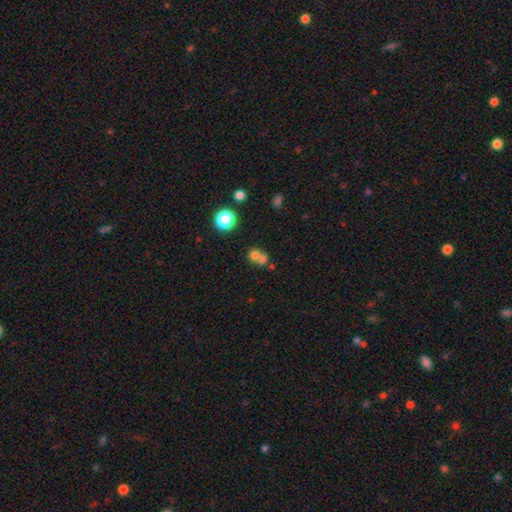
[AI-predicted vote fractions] A smooth galaxy with no disk features (69%) that is round (77%).

Vote fractions:
- Smooth or featured? smooth: 69% / featured or disk: 16% / star or artifact: 16%
- How rounded? round: 77% / in between: 22% / cigar-shaped: 1%
- Merging? merger: 54% / none: 35% / minor disturbance: 7% / major disturbance: 4%